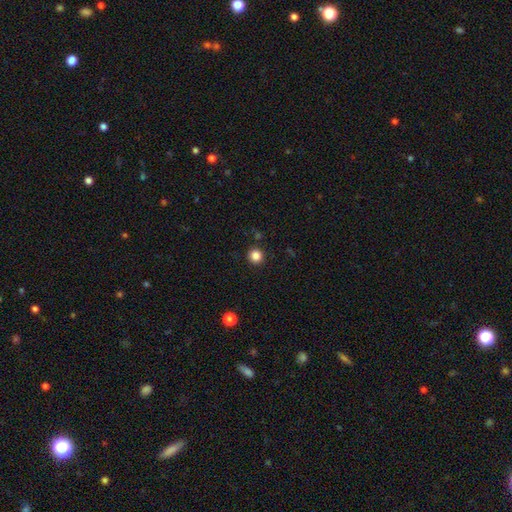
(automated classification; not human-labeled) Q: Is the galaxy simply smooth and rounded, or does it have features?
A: smooth — 85%.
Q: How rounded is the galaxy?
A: round — 95%.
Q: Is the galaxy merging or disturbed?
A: none — 92%.